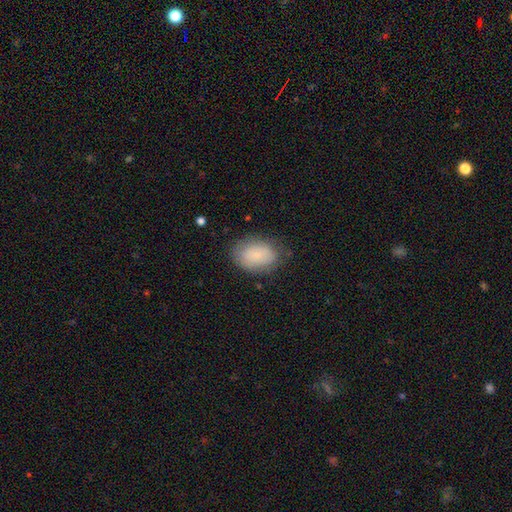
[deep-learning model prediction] Smooth or featured? smooth (80%)
How rounded? in between (82%)
Merging? none (75%)